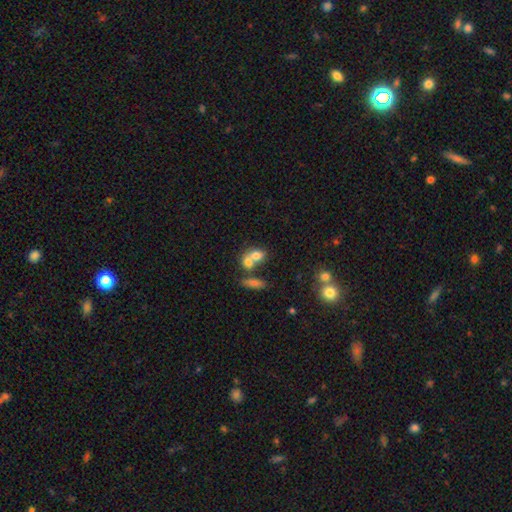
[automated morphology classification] smooth-or-featured: smooth: 72% | featured or disk: 17% | star or artifact: 11%
  how-rounded: in between: 64% | round: 33% | cigar-shaped: 3%
  merging: merger: 61% | none: 26% | minor disturbance: 8% | major disturbance: 5%